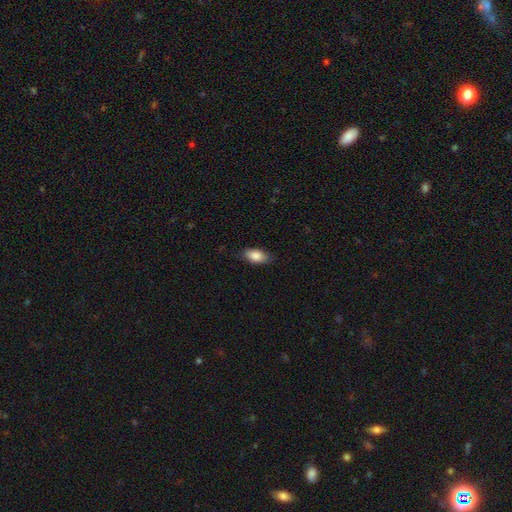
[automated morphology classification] A smooth galaxy with no disk features (86%) that is in between round and cigar-shaped (90%). Merging: none (82%).